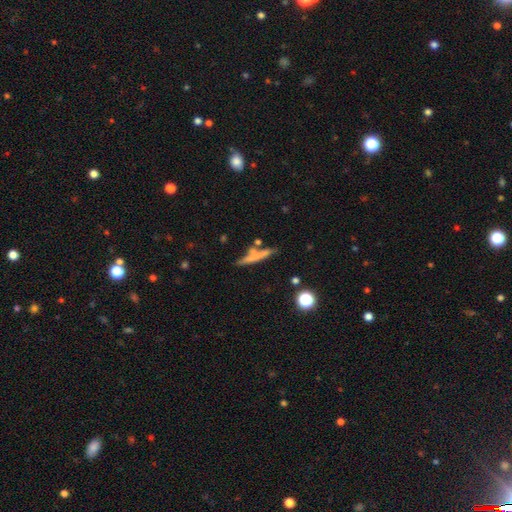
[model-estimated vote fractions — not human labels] A smooth galaxy with no disk features (59%) that is cigar-shaped (88%).

Vote fractions:
- Smooth or featured? smooth: 59% / featured or disk: 32% / star or artifact: 9%
- How rounded? cigar-shaped: 88% / in between: 9% / round: 3%
- Merging? none: 60% / merger: 17% / minor disturbance: 17% / major disturbance: 6%